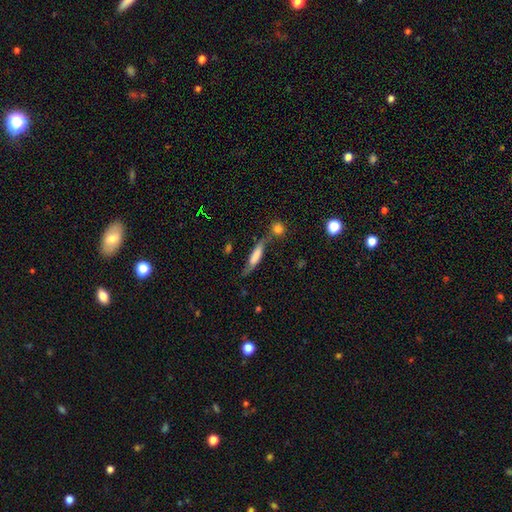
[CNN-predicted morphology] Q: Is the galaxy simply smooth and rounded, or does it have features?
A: smooth — 50%.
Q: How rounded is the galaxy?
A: cigar-shaped — 70%.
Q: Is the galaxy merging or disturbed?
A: none — 53%.